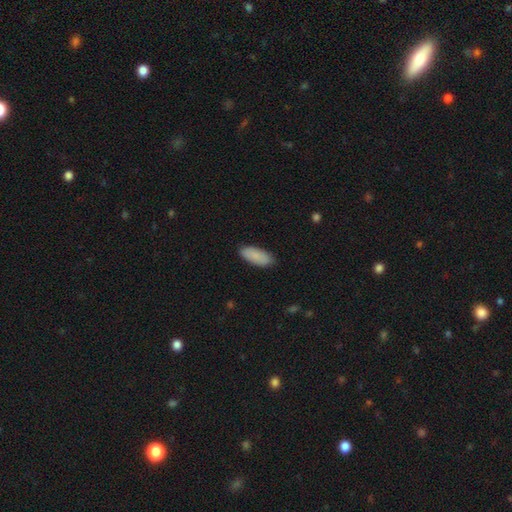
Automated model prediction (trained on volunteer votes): smooth_or_featured: smooth (p=0.89) [alt: featured or disk p=0.06]
how_rounded: in between (p=0.85) [alt: cigar-shaped p=0.13]
merging: none (p=0.86) [alt: minor disturbance p=0.11]